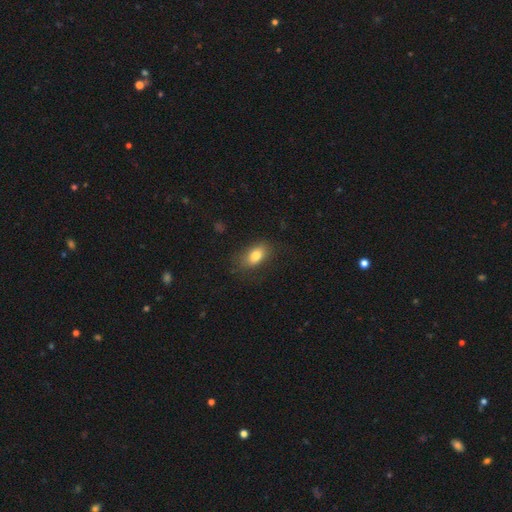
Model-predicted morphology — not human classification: smooth-or-featured: smooth: 80% | featured or disk: 11% | star or artifact: 9%
  how-rounded: in between: 88% | round: 8% | cigar-shaped: 4%
  merging: none: 76% | minor disturbance: 16% | major disturbance: 6% | merger: 1%